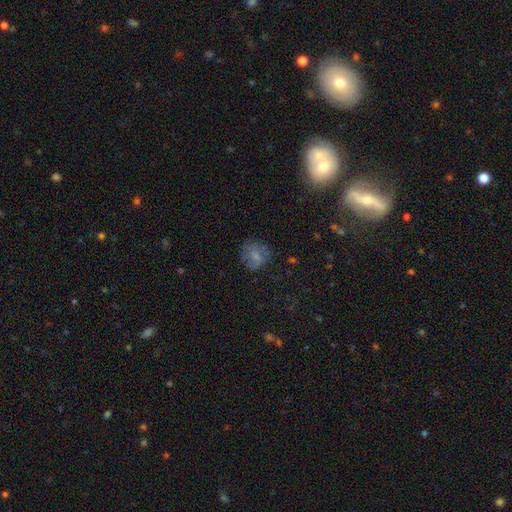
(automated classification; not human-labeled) This appears to be a smooth galaxy with no disk features (71%) that is round (76%). Merging: none (66%).